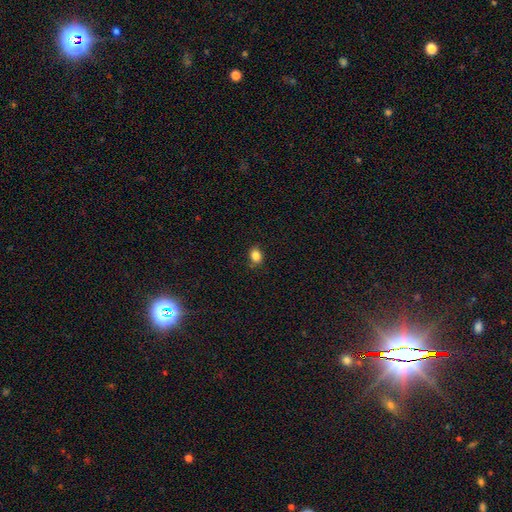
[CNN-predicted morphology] A smooth galaxy with no disk features (84%) that is in between round and cigar-shaped (59%). Merging: none (84%).